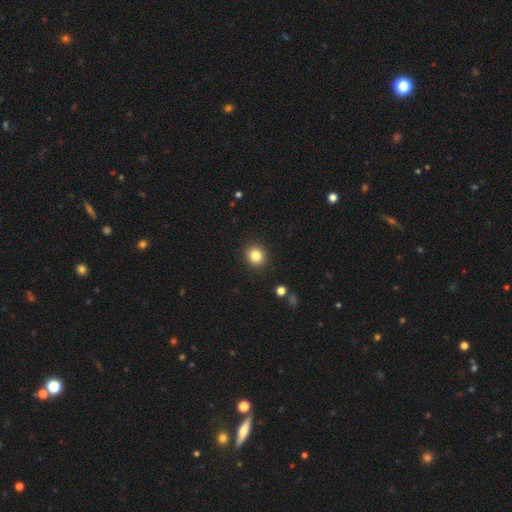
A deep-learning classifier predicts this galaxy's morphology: smooth_or_featured: smooth (p=0.84) [alt: star or artifact p=0.11]
how_rounded: round (p=0.80) [alt: in between p=0.19]
merging: none (p=0.91) [alt: minor disturbance p=0.06]